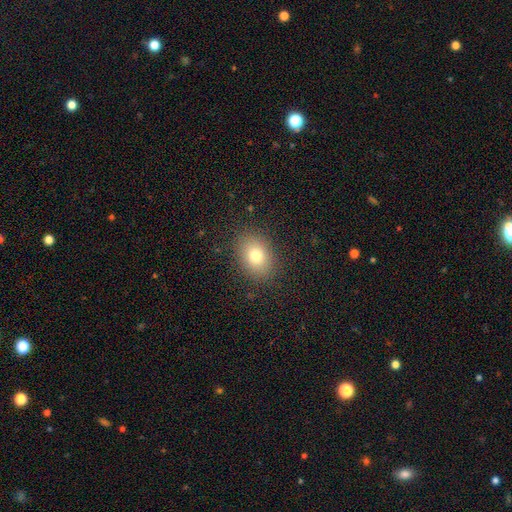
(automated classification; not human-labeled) This is likely a smooth galaxy (78%). How rounded: likely in between (62%). Merging: clearly none (88%).